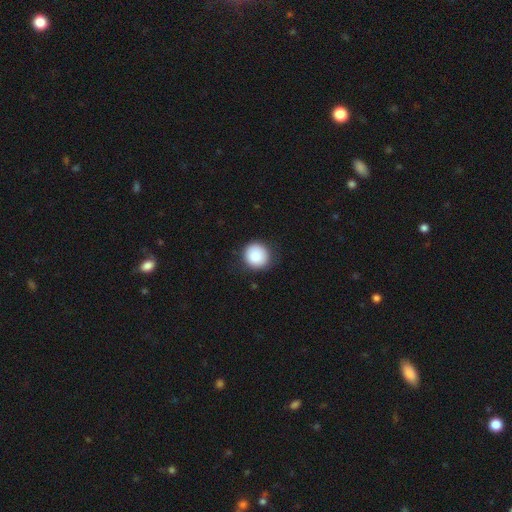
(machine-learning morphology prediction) Overall: smooth (88%). How rounded: round (92%). Merging: none (85%).